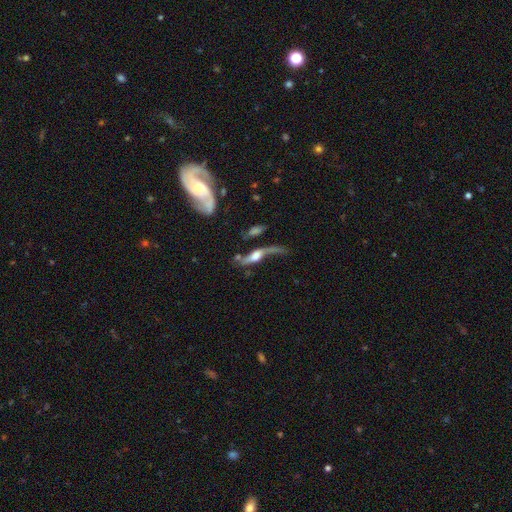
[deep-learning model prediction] Overall: featured or disk (72%). Edge-on disk: no (51%; yes 49%). Merging: none (35%; major disturbance 33%).